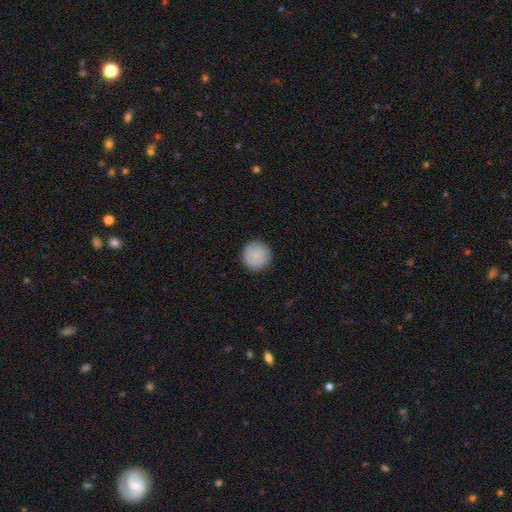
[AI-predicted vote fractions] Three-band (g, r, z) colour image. It shows a smooth galaxy with no disk features (86%) that is round (96%). Merging: none (91%).